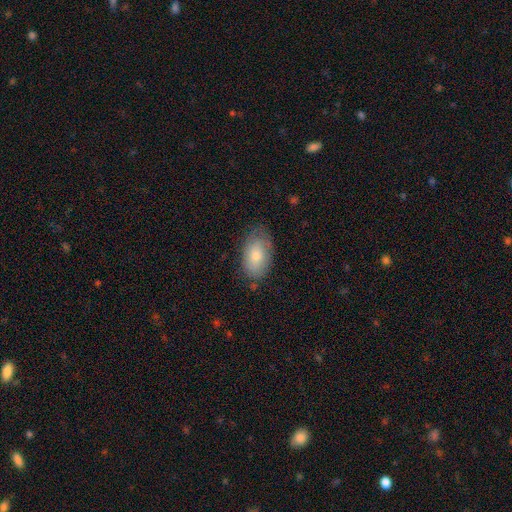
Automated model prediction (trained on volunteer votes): A smooth galaxy with no disk features (72%) that is in between round and cigar-shaped (93%).

Vote fractions:
- Smooth or featured? smooth: 72% / featured or disk: 21% / star or artifact: 7%
- How rounded? in between: 93% / round: 5% / cigar-shaped: 2%
- Merging? none: 74% / minor disturbance: 21% / major disturbance: 4% / merger: 1%